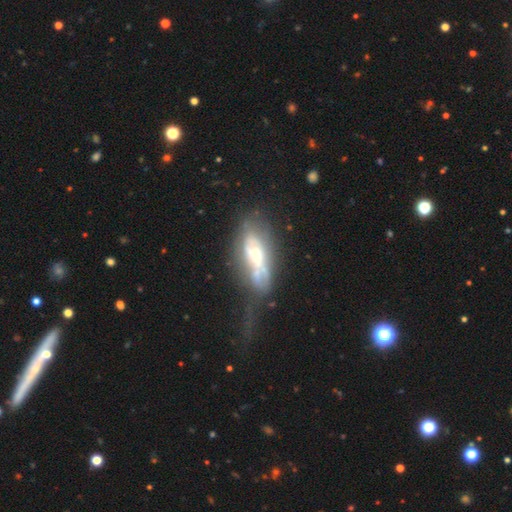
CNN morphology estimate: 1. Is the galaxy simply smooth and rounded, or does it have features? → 68% featured or disk, 24% smooth, 8% star or artifact.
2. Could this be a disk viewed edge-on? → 79% no, 21% yes.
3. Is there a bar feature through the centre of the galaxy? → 64% no, 25% weak, 11% strong.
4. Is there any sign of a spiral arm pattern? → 52% no, 48% yes.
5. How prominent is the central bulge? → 53% moderate, 22% small, 18% large, 5% none, 2% dominant.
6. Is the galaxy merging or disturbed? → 39% major disturbance, 27% none, 22% minor disturbance, 11% merger.